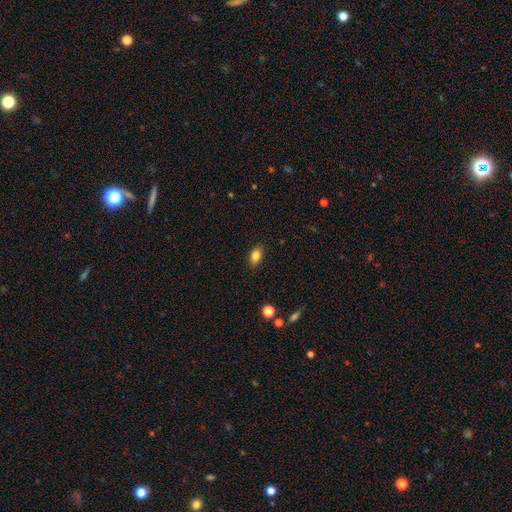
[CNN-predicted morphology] Smooth or featured? Predicted: smooth (p=0.83). How rounded? Predicted: in between (p=0.87). Merging? Predicted: none (p=0.87).